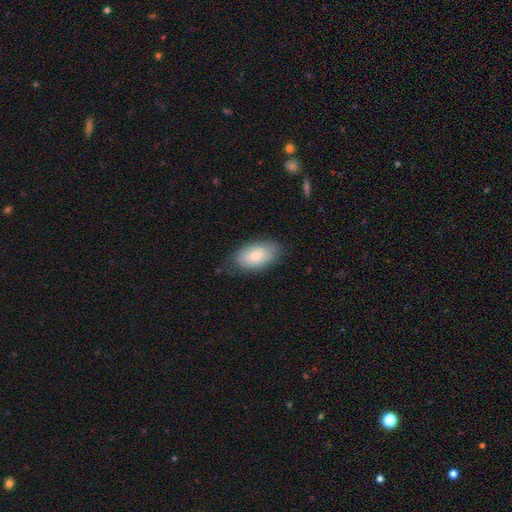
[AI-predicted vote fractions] smooth-or-featured: smooth: 80% | featured or disk: 14% | star or artifact: 6%
  how-rounded: in between: 94% | round: 4% | cigar-shaped: 2%
  merging: none: 75% | minor disturbance: 19% | major disturbance: 5% | merger: 1%